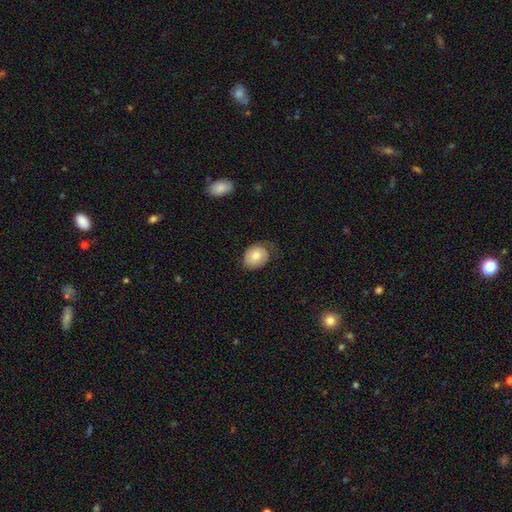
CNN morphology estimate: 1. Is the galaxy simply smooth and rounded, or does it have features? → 65% smooth, 29% featured or disk, 7% star or artifact.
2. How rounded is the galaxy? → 52% round, 47% in between, 1% cigar-shaped.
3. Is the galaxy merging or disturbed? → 55% none, 29% minor disturbance, 15% major disturbance, 1% merger.